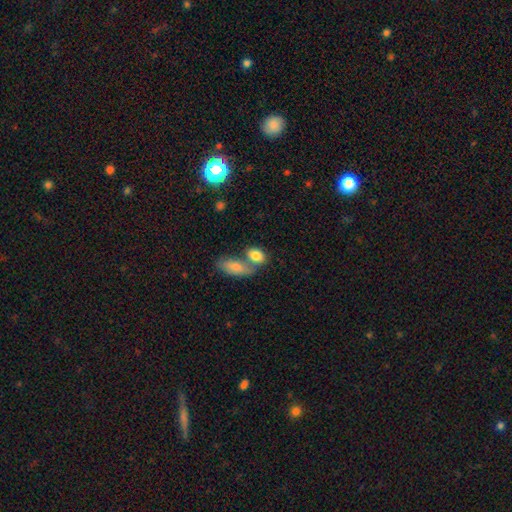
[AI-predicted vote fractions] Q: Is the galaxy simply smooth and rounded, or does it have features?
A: smooth — 83%.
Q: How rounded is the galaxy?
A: in between — 81%.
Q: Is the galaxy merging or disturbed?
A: merger — 45%.